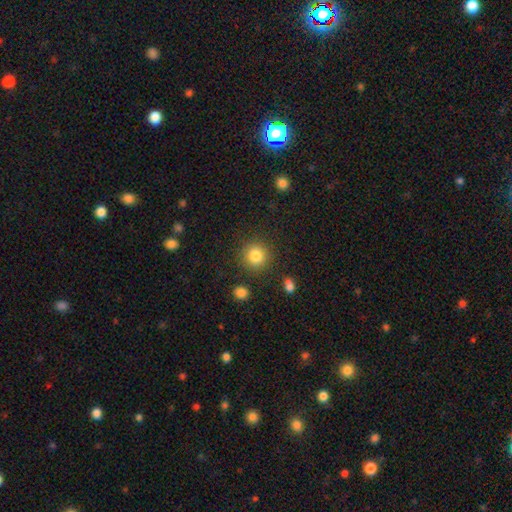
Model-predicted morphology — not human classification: This is clearly a smooth galaxy (83%). How rounded: clearly round (92%). Merging: clearly none (88%).